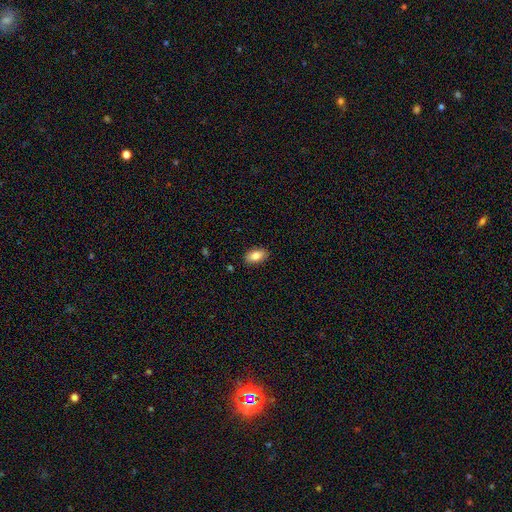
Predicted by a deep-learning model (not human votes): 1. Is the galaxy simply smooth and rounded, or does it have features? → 83% smooth, 9% featured or disk, 7% star or artifact.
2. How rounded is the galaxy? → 92% in between, 5% round, 3% cigar-shaped.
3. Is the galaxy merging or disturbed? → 87% none, 10% minor disturbance, 2% major disturbance, 1% merger.